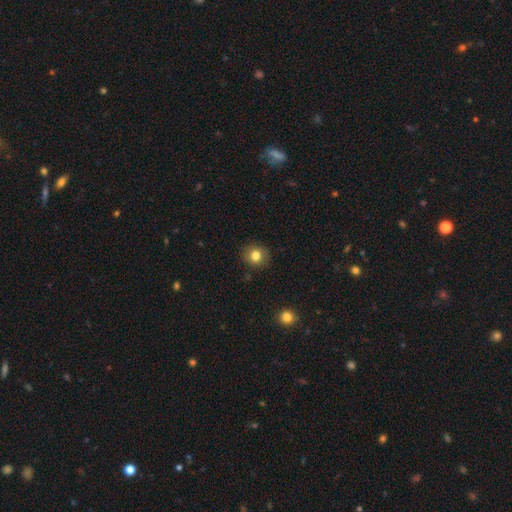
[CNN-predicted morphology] This is clearly a smooth galaxy (81%). How rounded: clearly round (81%). Merging: clearly none (88%).